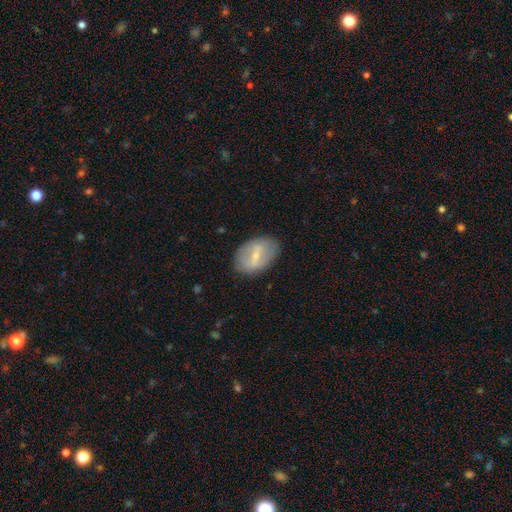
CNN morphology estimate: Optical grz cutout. It shows a featured or disk galaxy (52%). Merging: none (81%).